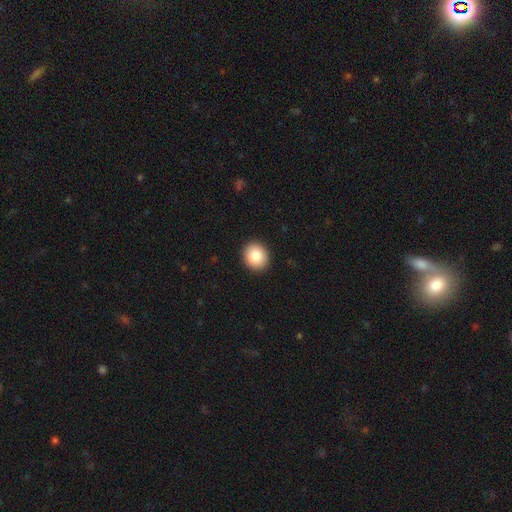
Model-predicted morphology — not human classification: A smooth galaxy with no disk features (85%) that is round (76%).

Vote fractions:
- Smooth or featured? smooth: 85% / star or artifact: 8% / featured or disk: 7%
- How rounded? round: 76% / in between: 23% / cigar-shaped: 1%
- Merging? none: 92% / minor disturbance: 6% / major disturbance: 2% / merger: 1%